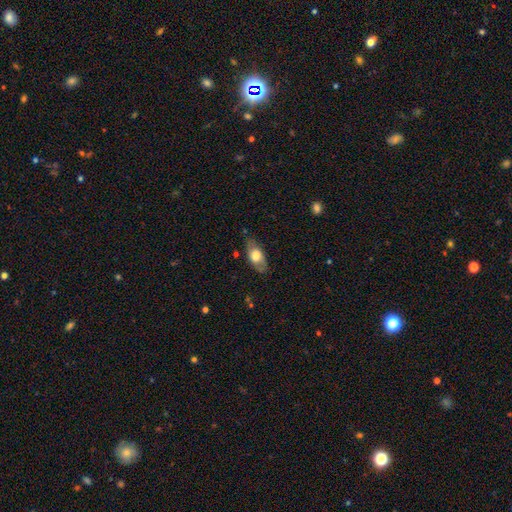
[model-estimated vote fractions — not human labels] Smooth or featured: smooth — 62% (featured or disk — 31%)
How rounded: in between — 87% (cigar-shaped — 8%)
Merging: none — 75% (minor disturbance — 19%)